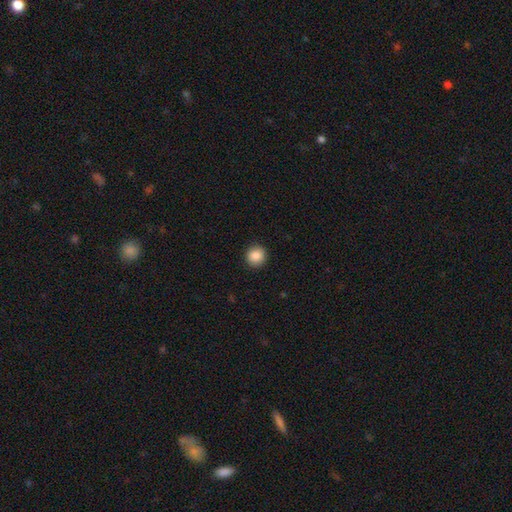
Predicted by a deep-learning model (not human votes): A smooth galaxy with no disk features (88%) that is round (92%). Merging: none (92%).